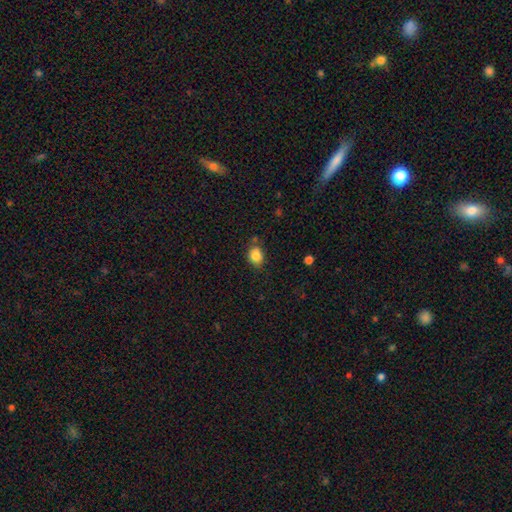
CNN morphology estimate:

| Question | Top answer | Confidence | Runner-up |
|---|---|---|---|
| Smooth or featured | smooth | 85% | star or artifact (9%) |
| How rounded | in between | 54% | round (45%) |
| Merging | none | 74% | minor disturbance (17%) |